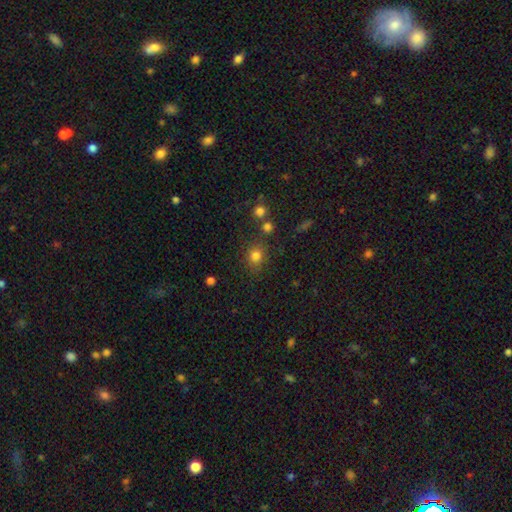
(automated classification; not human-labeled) smooth_or_featured: smooth (p=0.79) [alt: star or artifact p=0.14]
how_rounded: round (p=0.74) [alt: in between p=0.25]
merging: none (p=0.75) [alt: minor disturbance p=0.13]